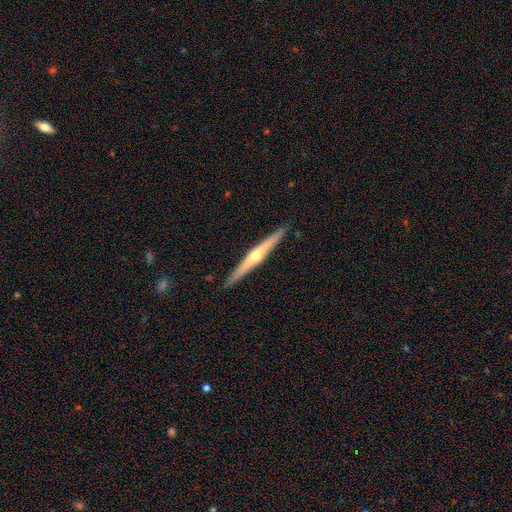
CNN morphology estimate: Overall: featured or disk (74%). Edge-on disk: yes (98%). Edge-on bulge: rounded (87%). Merging: none (91%).